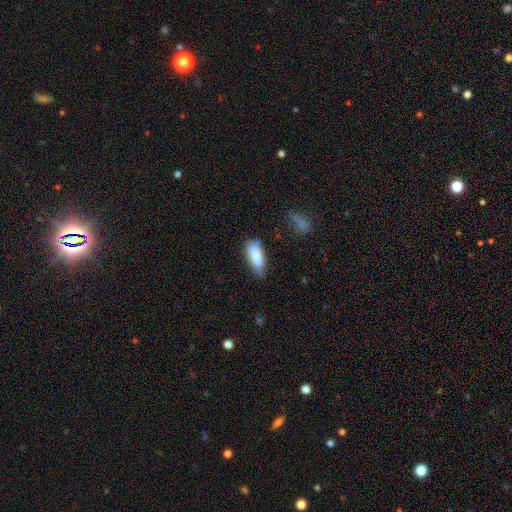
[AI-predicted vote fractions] Smooth or featured? smooth (81%)
How rounded? in between (71%)
Merging? none (59%)